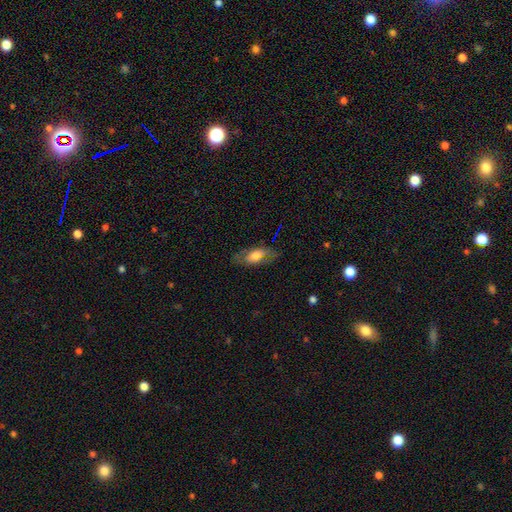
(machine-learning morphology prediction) Smooth or featured? Predicted: smooth (p=0.56). How rounded? Predicted: in between (p=0.80). Merging? Predicted: none (p=0.74).